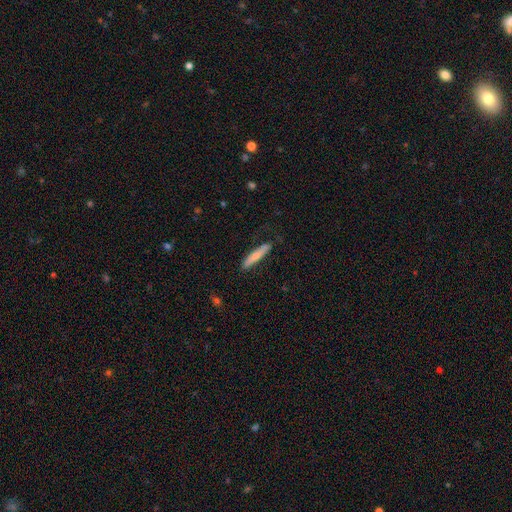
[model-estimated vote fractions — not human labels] Smooth or featured: smooth — 68% (featured or disk — 26%)
How rounded: cigar-shaped — 91% (in between — 8%)
Merging: none — 80% (minor disturbance — 15%)